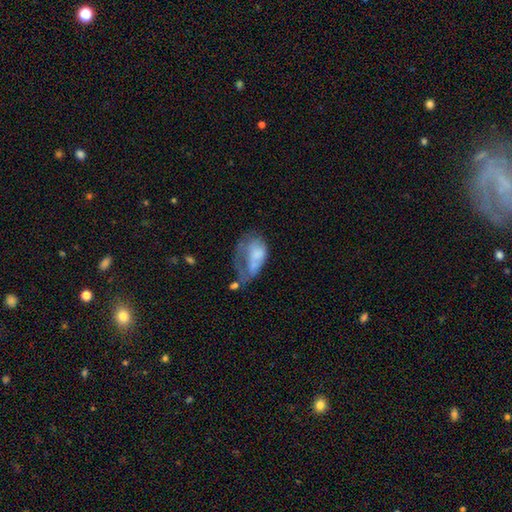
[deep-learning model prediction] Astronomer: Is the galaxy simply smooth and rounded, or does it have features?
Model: smooth — 54% (runner-up: featured or disk, 37%).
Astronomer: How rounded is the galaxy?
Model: in between — 88%.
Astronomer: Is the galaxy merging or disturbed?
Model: major disturbance — 50%.